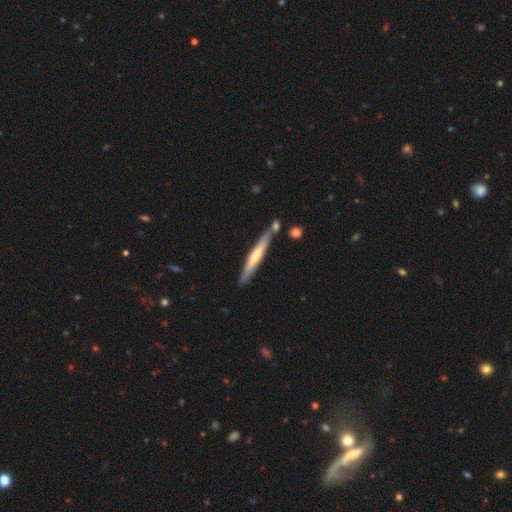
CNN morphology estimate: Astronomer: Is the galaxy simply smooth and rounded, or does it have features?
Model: featured or disk — 54% (runner-up: smooth, 41%).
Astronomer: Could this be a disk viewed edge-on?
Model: yes — 93%.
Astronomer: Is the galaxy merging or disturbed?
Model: none — 74%.